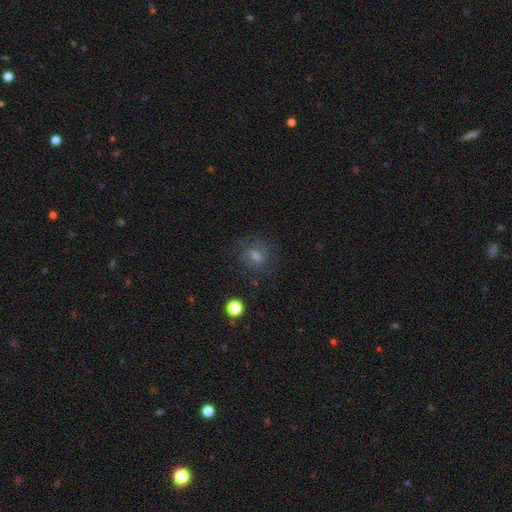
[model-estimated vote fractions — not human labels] The model was most divided on "smooth or featured": featured or disk: 47%, smooth: 38%, star or artifact: 15%. More confident: merging — none (69%).